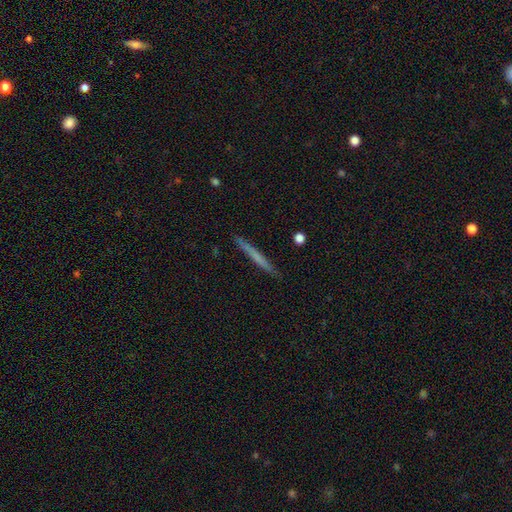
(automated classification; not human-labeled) Q: Smooth or featured?
A: smooth (55%); runner-up: featured or disk (38%)
Q: How rounded?
A: cigar-shaped (97%); runner-up: in between (2%)
Q: Merging?
A: none (90%); runner-up: minor disturbance (7%)